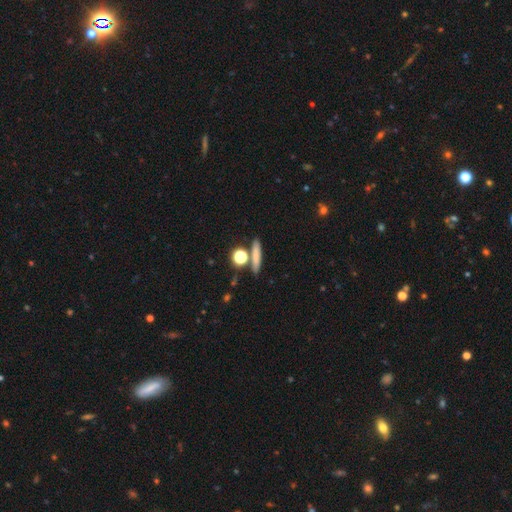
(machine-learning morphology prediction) A smooth galaxy with no disk features (72%) that is cigar-shaped (70%).

Vote fractions:
- Smooth or featured? smooth: 72% / featured or disk: 16% / star or artifact: 12%
- How rounded? cigar-shaped: 70% / round: 17% / in between: 13%
- Merging? none: 77% / merger: 11% / minor disturbance: 9% / major disturbance: 3%